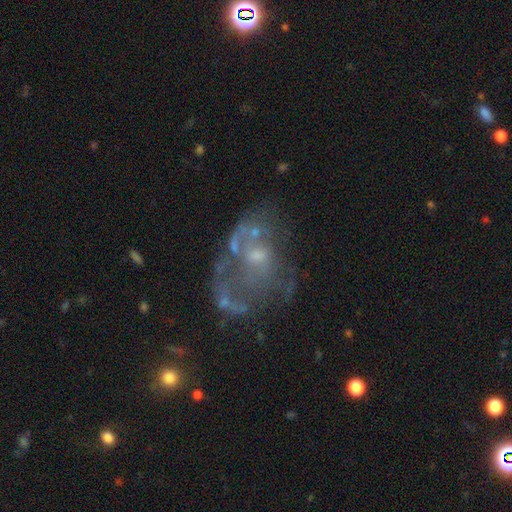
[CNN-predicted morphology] Q: Smooth or featured?
A: featured or disk (67%); runner-up: smooth (18%)
Q: Edge-on disk?
A: no (98%); runner-up: yes (2%)
Q: Bar?
A: no (81%); runner-up: weak (16%)
Q: Spiral arms?
A: no (71%); runner-up: yes (29%)
Q: Bulge size?
A: small (44%); runner-up: moderate (29%)
Q: Merging?
A: major disturbance (36%); runner-up: none (33%)